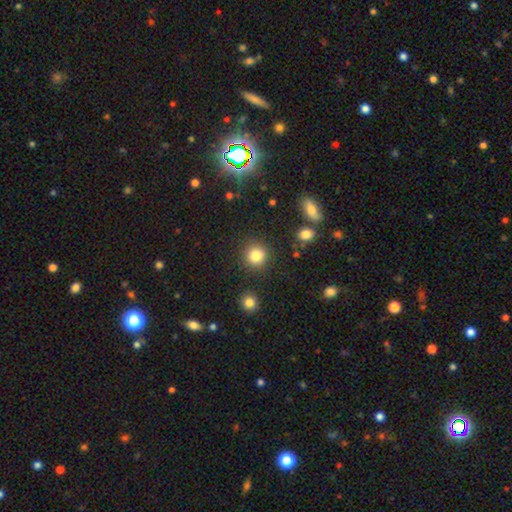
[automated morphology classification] smooth_or_featured: smooth (p=0.84) [alt: star or artifact p=0.11]
how_rounded: round (p=0.90) [alt: in between p=0.09]
merging: none (p=0.87) [alt: minor disturbance p=0.08]